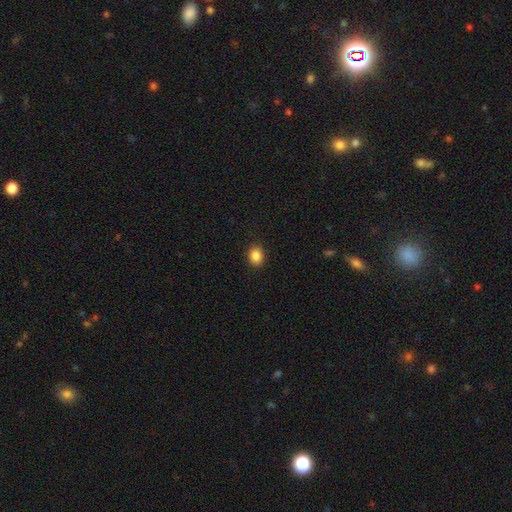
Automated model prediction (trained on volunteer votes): smooth_or_featured: smooth (p=0.87) [alt: star or artifact p=0.09]
how_rounded: in between (p=0.54) [alt: round p=0.45]
merging: none (p=0.90) [alt: minor disturbance p=0.07]